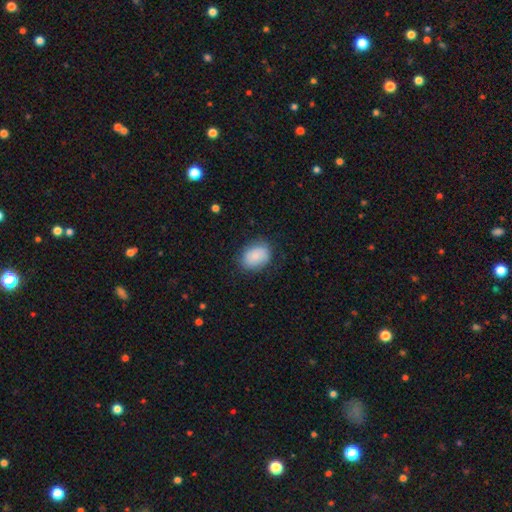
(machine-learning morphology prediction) smooth 86%, featured or disk 8%, star or artifact 7%. Down the decision tree: how rounded — in between (73%); merging — none (79%).